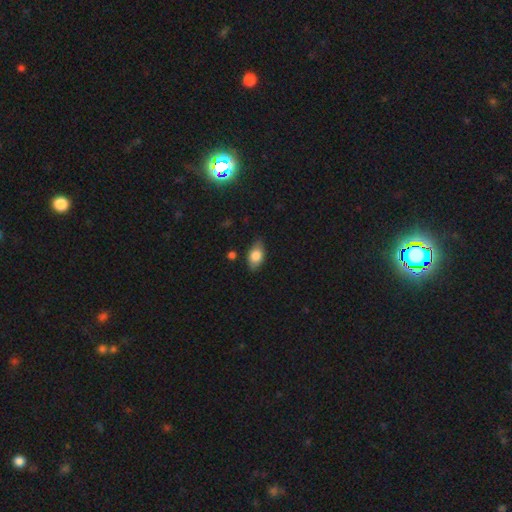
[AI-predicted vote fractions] This is likely a smooth galaxy (78%). How rounded: clearly in between (88%). Merging: likely none (79%).